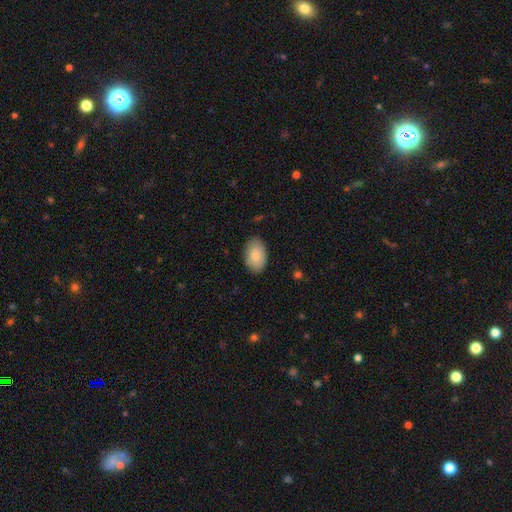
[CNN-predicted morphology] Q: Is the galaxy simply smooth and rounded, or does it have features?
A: smooth — 85%.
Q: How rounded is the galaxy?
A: in between — 92%.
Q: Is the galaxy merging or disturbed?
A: none — 85%.